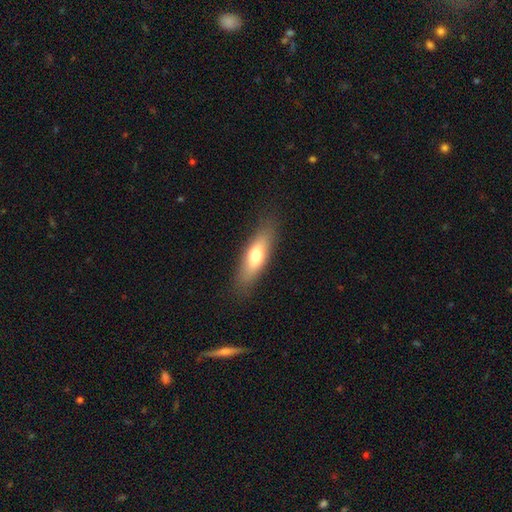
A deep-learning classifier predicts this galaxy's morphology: smooth_or_featured: smooth (p=0.66) [alt: featured or disk p=0.27]
how_rounded: in between (p=0.52) [alt: cigar-shaped p=0.45]
merging: none (p=0.84) [alt: minor disturbance p=0.12]